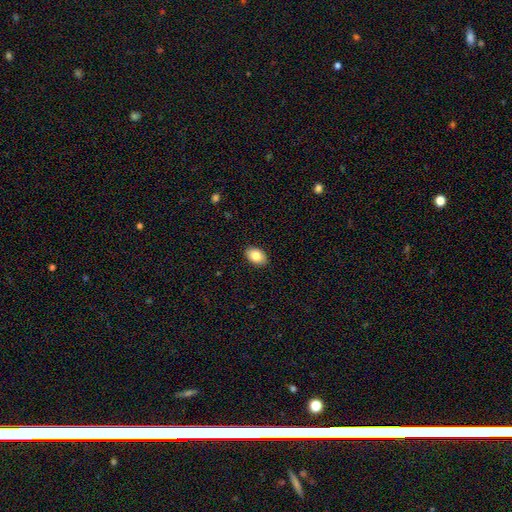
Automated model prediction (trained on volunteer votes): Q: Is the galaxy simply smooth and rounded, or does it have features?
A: smooth — 86%.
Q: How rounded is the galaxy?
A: in between — 88%.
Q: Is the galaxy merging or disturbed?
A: none — 89%.